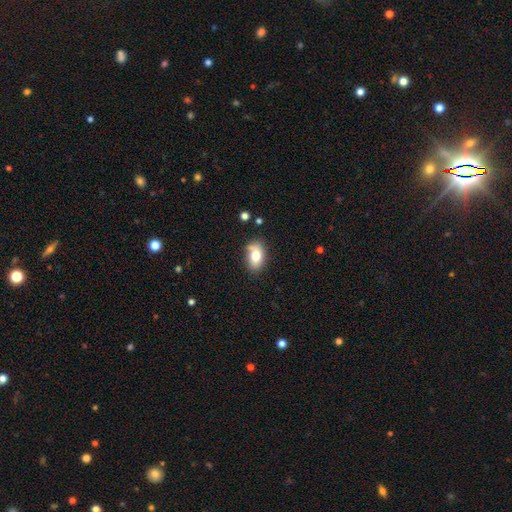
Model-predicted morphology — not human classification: Smooth or featured: smooth — 76% (featured or disk — 16%)
How rounded: in between — 89% (round — 9%)
Merging: none — 68% (minor disturbance — 21%)